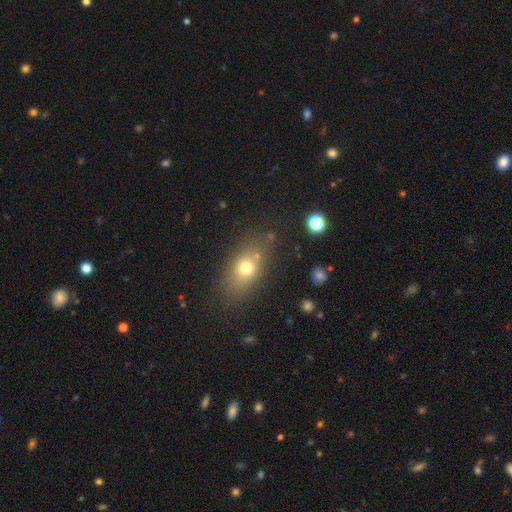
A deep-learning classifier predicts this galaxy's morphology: smooth_or_featured: smooth (p=0.66) [alt: featured or disk p=0.17]
how_rounded: in between (p=0.71) [alt: round p=0.22]
merging: none (p=0.79) [alt: minor disturbance p=0.12]